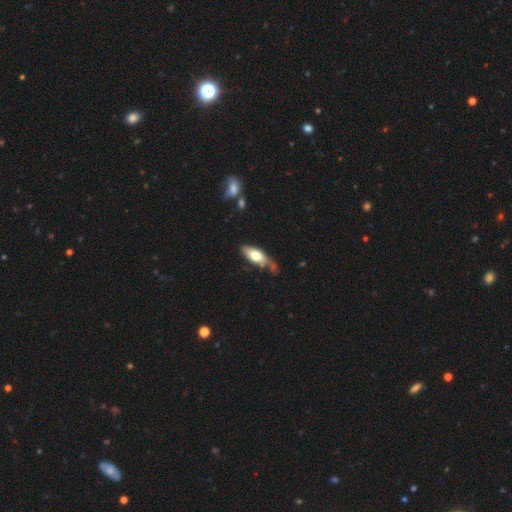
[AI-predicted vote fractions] A smooth galaxy with no disk features (63%) that is in between round and cigar-shaped (73%).

Vote fractions:
- Smooth or featured? smooth: 63% / featured or disk: 31% / star or artifact: 6%
- How rounded? in between: 73% / cigar-shaped: 24% / round: 3%
- Merging? none: 47% / minor disturbance: 30% / major disturbance: 11% / merger: 11%